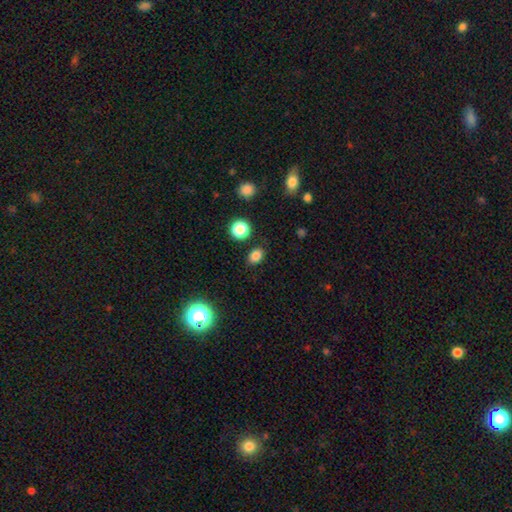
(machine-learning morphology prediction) smooth-or-featured: smooth: 82% | star or artifact: 14% | featured or disk: 5%
  how-rounded: in between: 68% | round: 31% | cigar-shaped: 1%
  merging: none: 85% | minor disturbance: 9% | major disturbance: 3% | merger: 3%